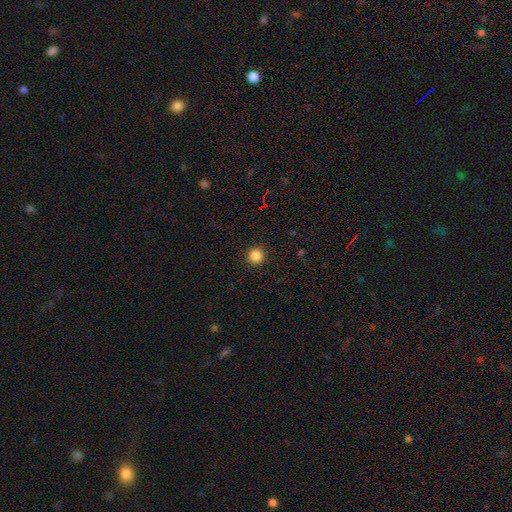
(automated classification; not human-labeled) Smooth or featured: smooth — 86% (star or artifact — 11%)
How rounded: round — 95% (in between — 4%)
Merging: none — 93% (minor disturbance — 4%)